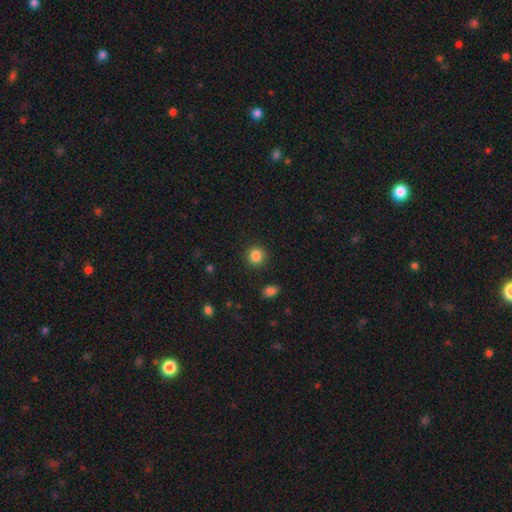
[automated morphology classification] This appears to be a smooth galaxy with no disk features (85%) that is round (92%). Merging: none (91%).